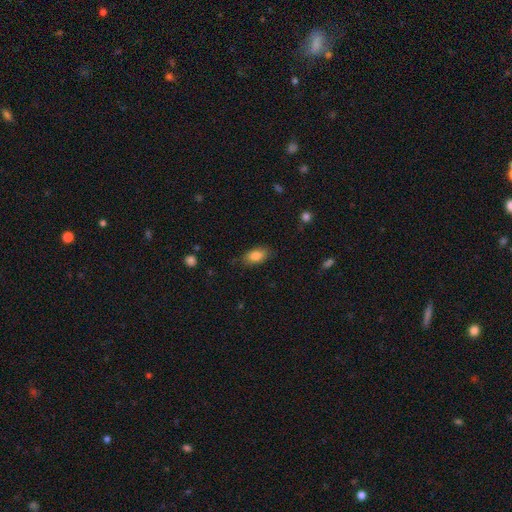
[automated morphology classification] Smooth or featured: smooth — 83% (featured or disk — 9%)
How rounded: in between — 90% (round — 6%)
Merging: none — 81% (minor disturbance — 15%)